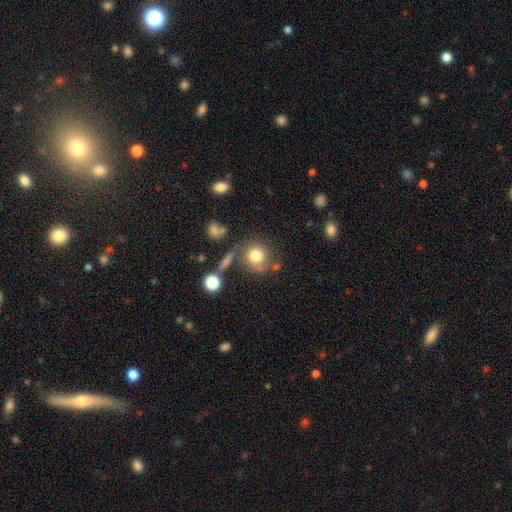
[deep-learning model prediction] Smooth or featured? Predicted: smooth (p=0.77). How rounded? Predicted: round (p=0.88). Merging? Predicted: none (p=0.63).